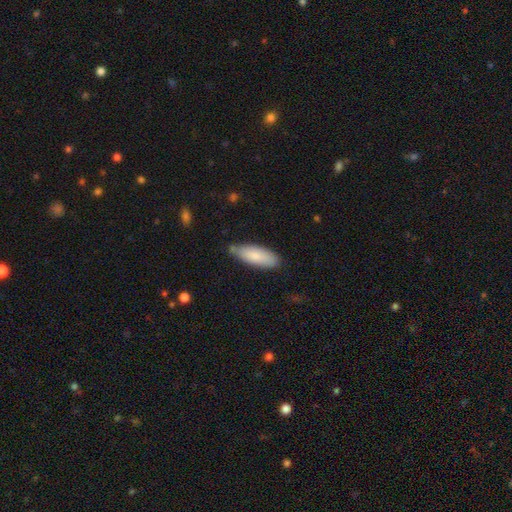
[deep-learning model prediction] smooth_or_featured: smooth (p=0.81) [alt: featured or disk p=0.13]
how_rounded: in between (p=0.61) [alt: cigar-shaped p=0.38]
merging: none (p=0.73) [alt: minor disturbance p=0.20]